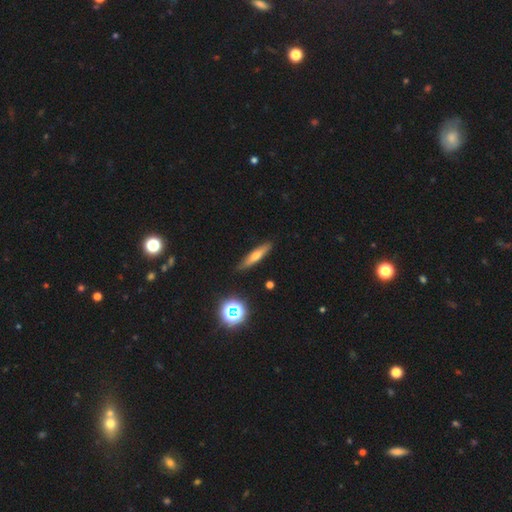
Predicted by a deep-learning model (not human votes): The model was most divided on "smooth or featured": smooth: 52%, featured or disk: 38%, star or artifact: 11%. More confident: merging — none (87%); how rounded — cigar-shaped (82%).